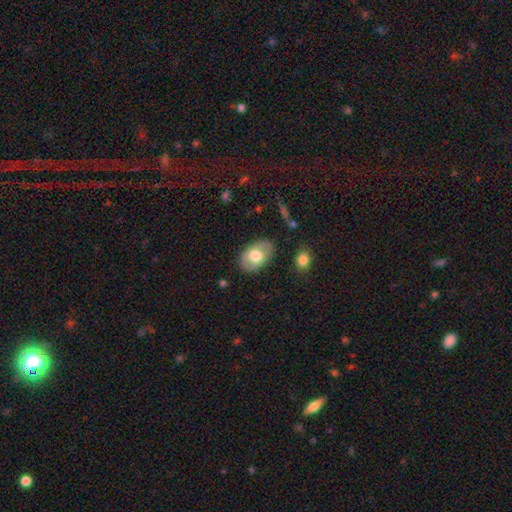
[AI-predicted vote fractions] Smooth or featured? Predicted: smooth (p=0.60). How rounded? Predicted: in between (p=0.86). Merging? Predicted: none (p=0.81).